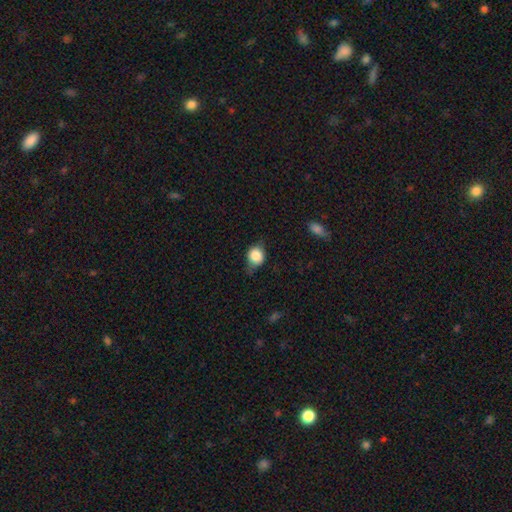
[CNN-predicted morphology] Smooth or featured? Predicted: smooth (p=0.80). How rounded? Predicted: round (p=0.63). Merging? Predicted: none (p=0.54).